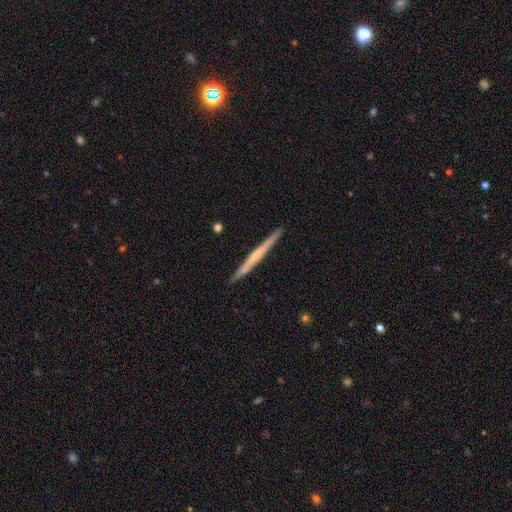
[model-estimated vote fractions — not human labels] smooth-or-featured: featured or disk: 61% | smooth: 33% | star or artifact: 5%
  disk-edge-on: yes: 98% | no: 2%
    edge-on-bulge: none: 57% | rounded: 37% | boxy: 6%
  merging: none: 91% | minor disturbance: 6% | major disturbance: 1% | merger: 1%